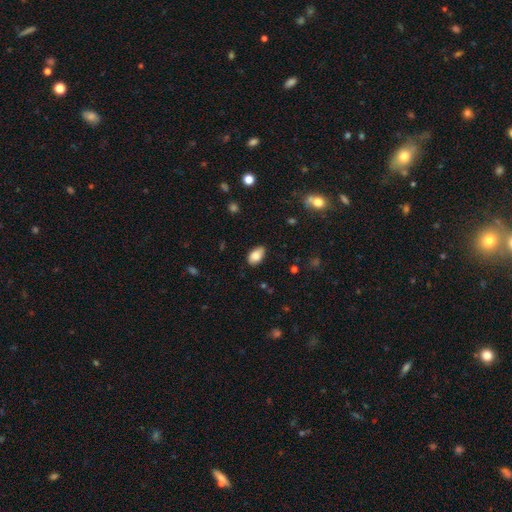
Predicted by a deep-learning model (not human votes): smooth-or-featured: smooth: 84% | featured or disk: 9% | star or artifact: 7%
  how-rounded: in between: 93% | round: 5% | cigar-shaped: 2%
  merging: none: 77% | minor disturbance: 19% | major disturbance: 3% | merger: 1%